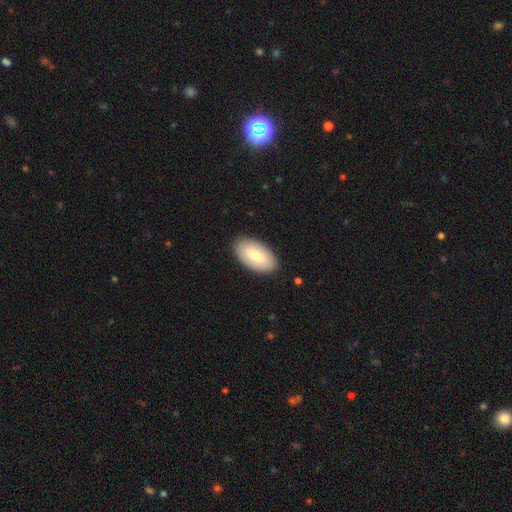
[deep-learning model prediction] smooth_or_featured: smooth (p=0.69) [alt: featured or disk p=0.25]
how_rounded: in between (p=0.95) [alt: round p=0.03]
merging: none (p=0.88) [alt: minor disturbance p=0.09]